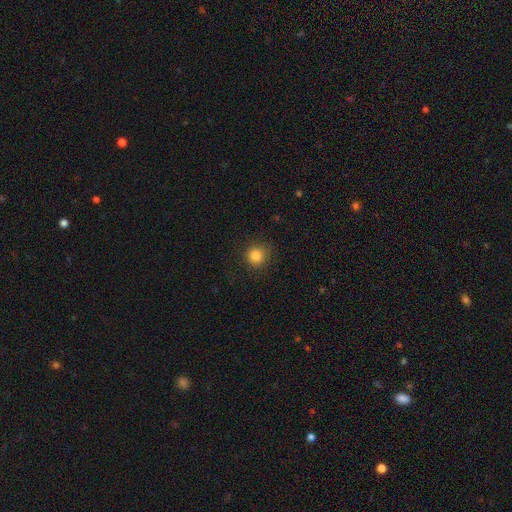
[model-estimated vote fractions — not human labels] smooth-or-featured: smooth: 83% | star or artifact: 12% | featured or disk: 5%
  how-rounded: round: 92% | in between: 7% | cigar-shaped: 1%
  merging: none: 86% | minor disturbance: 10% | major disturbance: 3% | merger: 1%